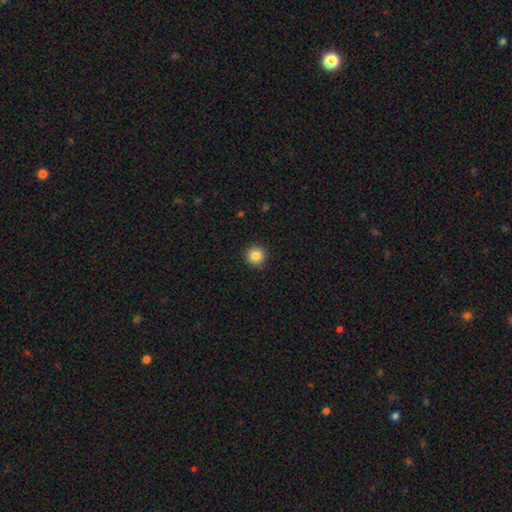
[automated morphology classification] This is clearly a smooth galaxy (86%). How rounded: clearly round (95%). Merging: clearly none (92%).